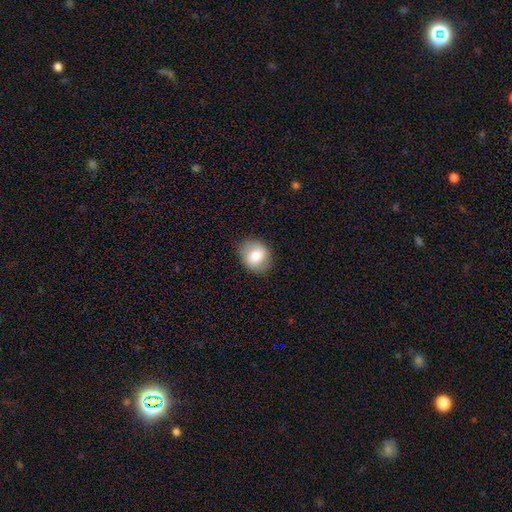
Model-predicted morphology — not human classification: type=smooth (77%); roundness=round (57%); merging=none (84%).